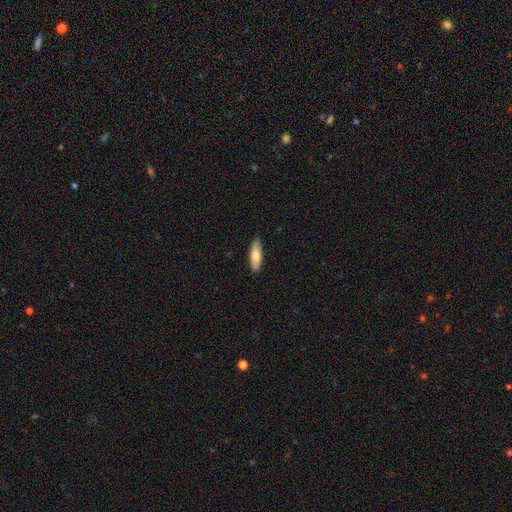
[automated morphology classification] This is likely a smooth galaxy (73%). How rounded: possibly in between (53%). Merging: clearly none (86%).